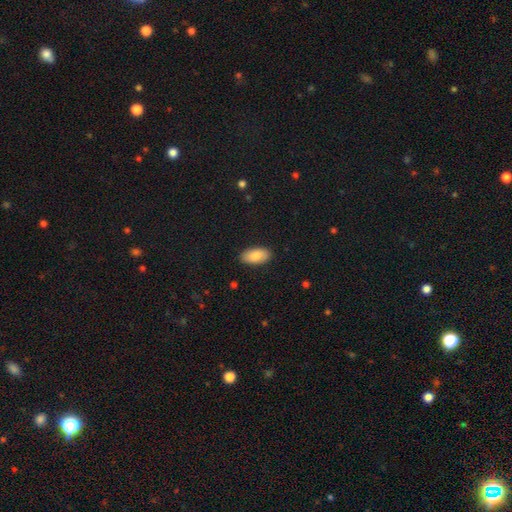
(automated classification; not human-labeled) smooth_or_featured: smooth (p=0.85) [alt: featured or disk p=0.09]
how_rounded: in between (p=0.94) [alt: cigar-shaped p=0.03]
merging: none (p=0.88) [alt: minor disturbance p=0.09]